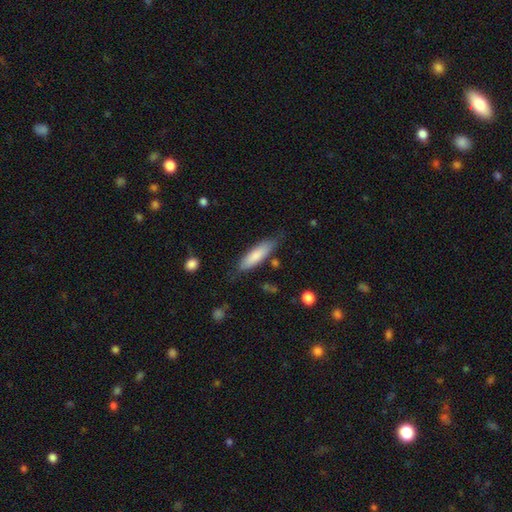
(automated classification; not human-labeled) The model was most divided on "how rounded": cigar-shaped: 61%, in between: 37%, round: 1%. More confident: smooth or featured — smooth (81%); merging — none (76%).